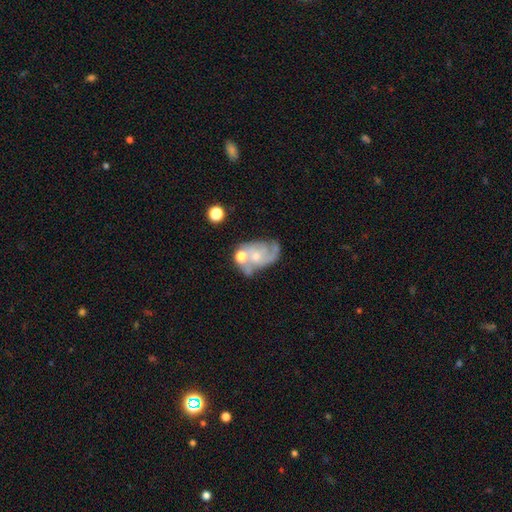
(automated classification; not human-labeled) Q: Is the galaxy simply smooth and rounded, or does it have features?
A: featured or disk — 73%.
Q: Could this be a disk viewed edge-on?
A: no — 97%.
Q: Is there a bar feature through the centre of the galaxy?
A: no — 72%.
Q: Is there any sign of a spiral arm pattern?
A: yes — 86%.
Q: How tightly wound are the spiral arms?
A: medium — 46%.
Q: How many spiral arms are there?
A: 2 — 45%.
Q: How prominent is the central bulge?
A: small — 56%.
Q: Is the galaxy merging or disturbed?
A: none — 36%.